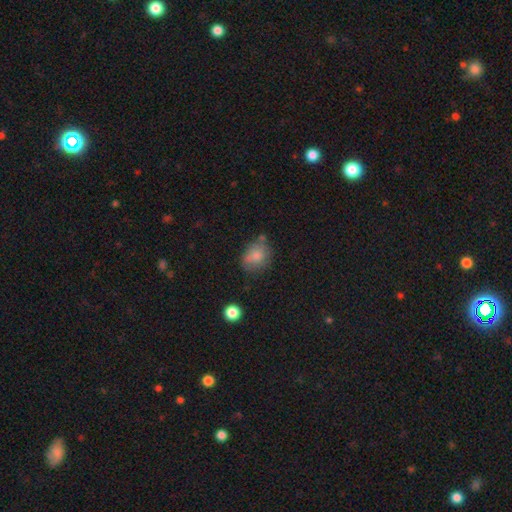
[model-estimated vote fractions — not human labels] This appears to be a smooth galaxy with no disk features (78%) that is in between round and cigar-shaped (54%). Merging: none (54%).